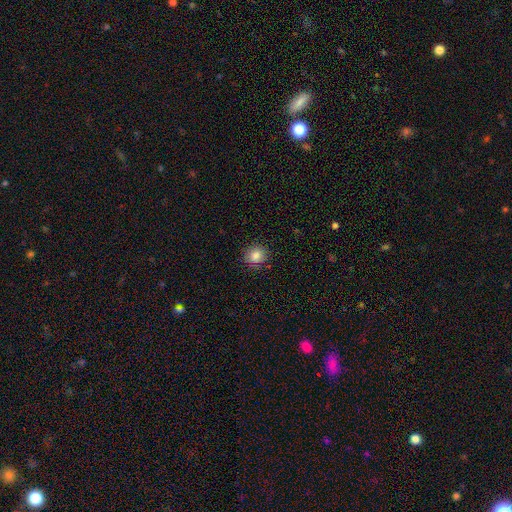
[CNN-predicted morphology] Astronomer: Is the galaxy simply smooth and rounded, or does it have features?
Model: smooth — 83%.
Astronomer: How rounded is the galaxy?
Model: round — 85%.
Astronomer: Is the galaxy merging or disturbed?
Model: none — 88%.